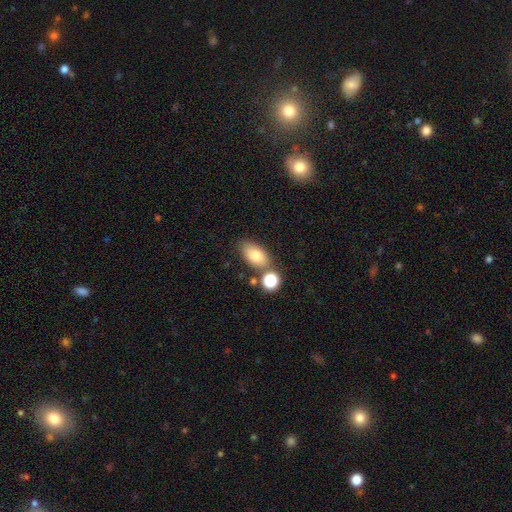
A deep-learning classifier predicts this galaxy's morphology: smooth-or-featured: smooth: 80% | featured or disk: 11% | star or artifact: 9%
  how-rounded: in between: 90% | round: 8% | cigar-shaped: 3%
  merging: none: 66% | merger: 15% | minor disturbance: 14% | major disturbance: 4%